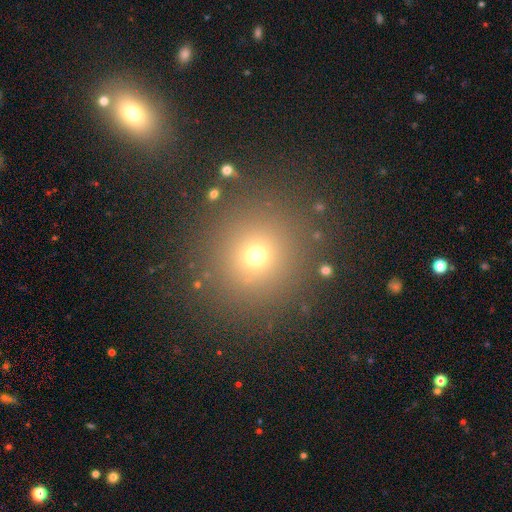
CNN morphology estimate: This appears to be a smooth galaxy with no disk features (67%) that is round (93%). Merging: none (86%).